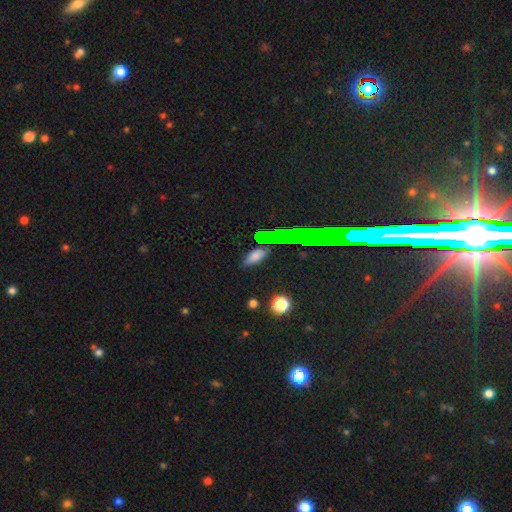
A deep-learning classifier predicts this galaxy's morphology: Q: Smooth or featured?
A: smooth (66%); runner-up: star or artifact (20%)
Q: How rounded?
A: in between (77%); runner-up: cigar-shaped (16%)
Q: Merging?
A: none (77%); runner-up: minor disturbance (15%)